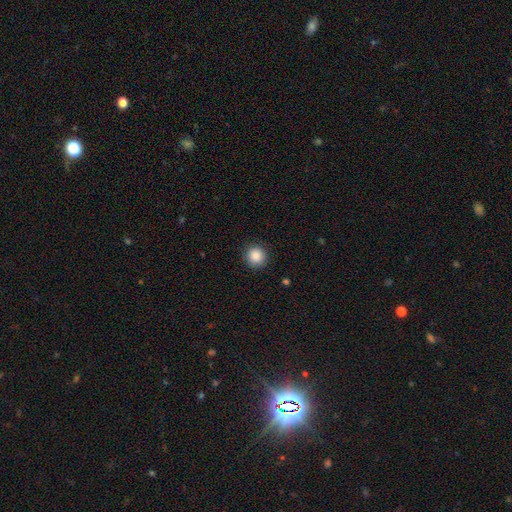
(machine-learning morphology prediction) Smooth or featured: smooth — 88% (star or artifact — 9%)
How rounded: round — 91% (in between — 8%)
Merging: none — 90% (minor disturbance — 7%)